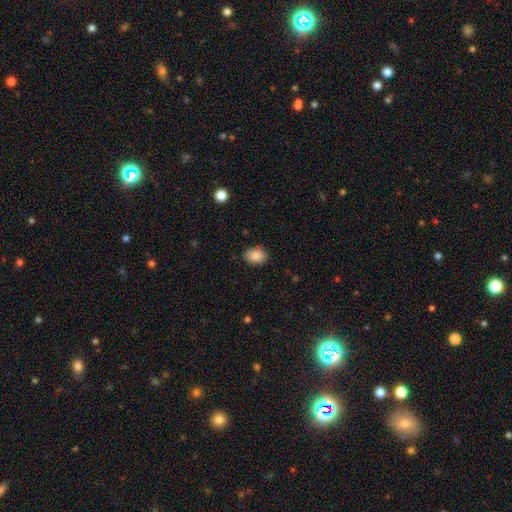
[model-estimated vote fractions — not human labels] A smooth galaxy with no disk features (87%) that is in between round and cigar-shaped (79%). Merging: none (85%).